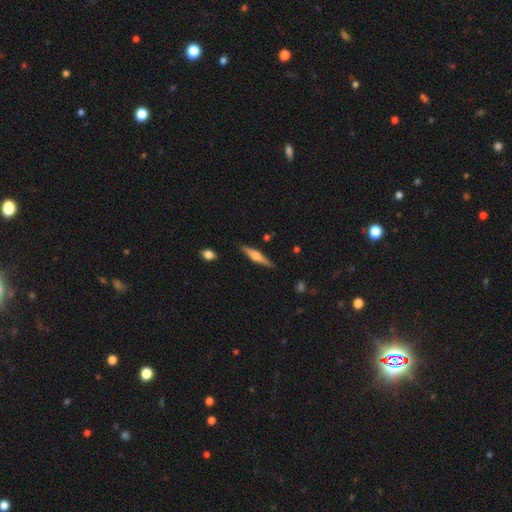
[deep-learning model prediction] Smooth or featured? featured or disk (58%)
Edge-on disk? yes (97%)
Edge-on bulge? rounded (86%)
Merging? none (88%)